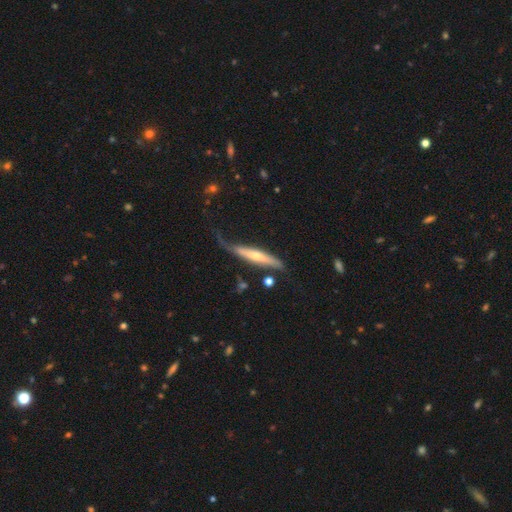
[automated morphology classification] smooth_or_featured: featured or disk (p=0.58) [alt: smooth p=0.36]
disk_edge_on: yes (p=0.81) [alt: no p=0.19]
merging: none (p=0.40) [alt: minor disturbance p=0.30]